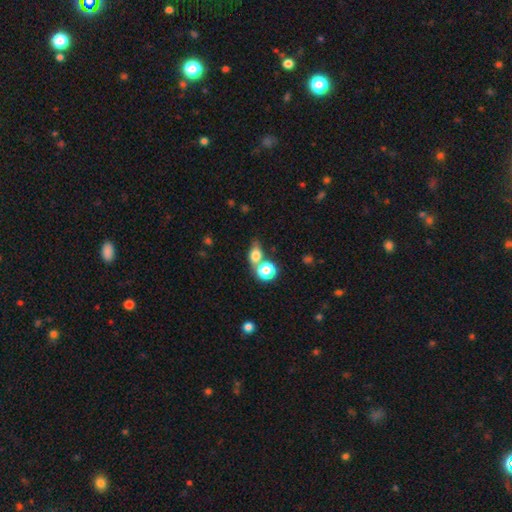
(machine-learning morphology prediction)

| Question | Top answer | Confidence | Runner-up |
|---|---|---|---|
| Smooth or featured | smooth | 74% | featured or disk (14%) |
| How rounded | in between | 50% | round (45%) |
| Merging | merger | 44% | none (40%) |